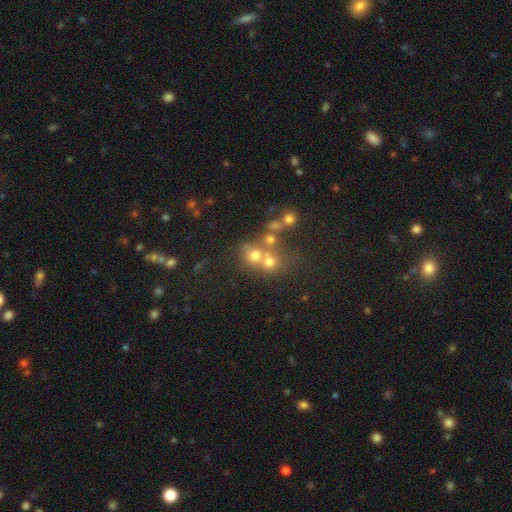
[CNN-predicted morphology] A smooth galaxy with no disk features (58%) that is round (79%). Merging: merger (47%).